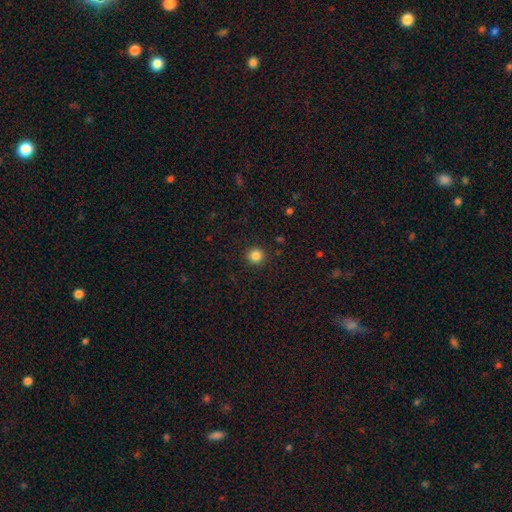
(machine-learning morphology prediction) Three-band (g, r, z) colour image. It shows a smooth galaxy with no disk features (84%) that is round (95%). Merging: none (92%).